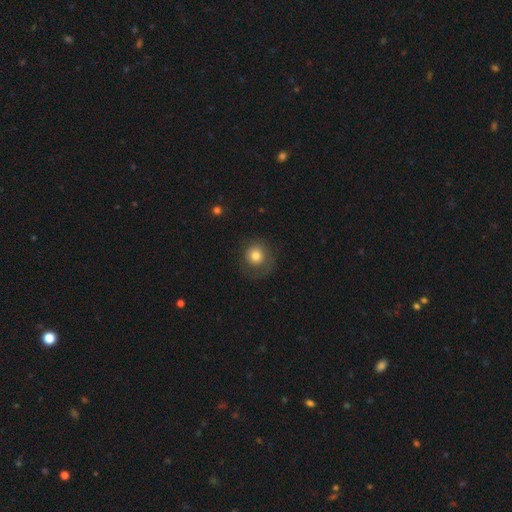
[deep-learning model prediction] The model was most divided on "merging": none: 69%, minor disturbance: 17%, major disturbance: 13%, merger: 1%. More confident: how rounded — round (89%); smooth or featured — smooth (77%).